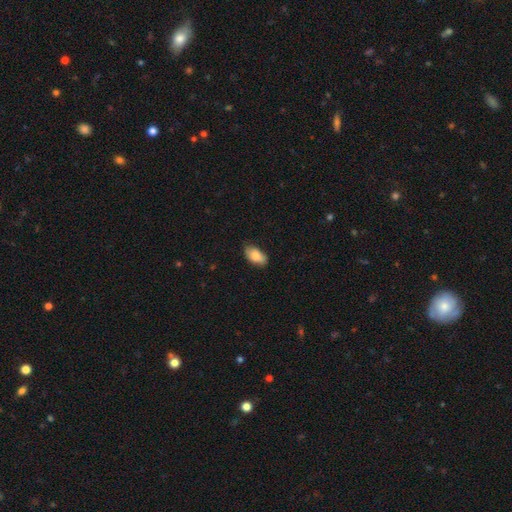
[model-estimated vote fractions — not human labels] Smooth or featured: smooth — 87% (featured or disk — 7%)
How rounded: in between — 94% (round — 4%)
Merging: none — 77% (minor disturbance — 19%)